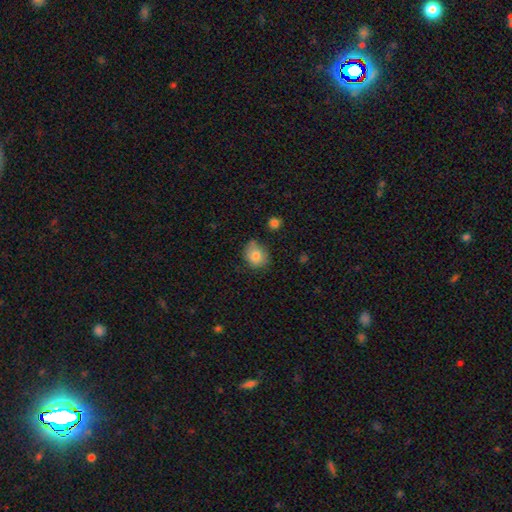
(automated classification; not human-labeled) Smooth or featured: smooth — 81% (star or artifact — 10%)
How rounded: round — 68% (in between — 31%)
Merging: none — 62% (minor disturbance — 28%)